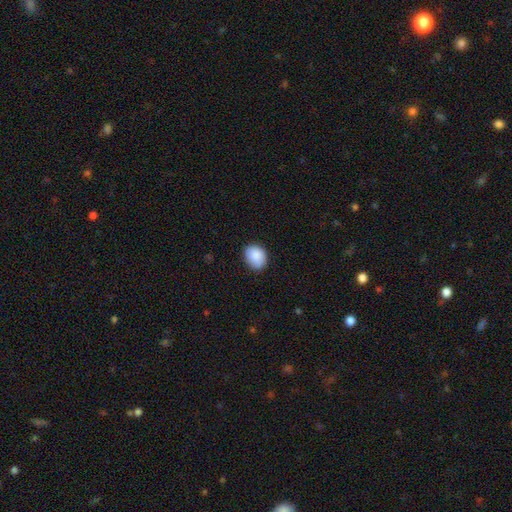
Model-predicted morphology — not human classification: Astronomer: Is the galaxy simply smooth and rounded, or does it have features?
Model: smooth — 88%.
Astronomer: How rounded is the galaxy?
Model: in between — 58% (runner-up: round, 41%).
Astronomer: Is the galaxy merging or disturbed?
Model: none — 81%.